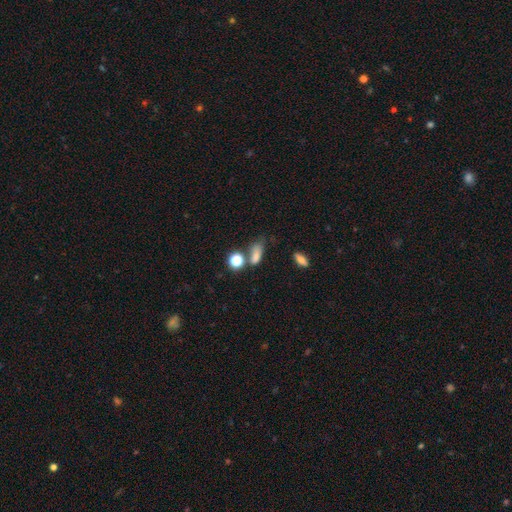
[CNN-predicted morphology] smooth_or_featured: smooth (p=0.74) [alt: star or artifact p=0.16]
how_rounded: in between (p=0.64) [alt: round p=0.22]
merging: none (p=0.42) [alt: merger p=0.23]